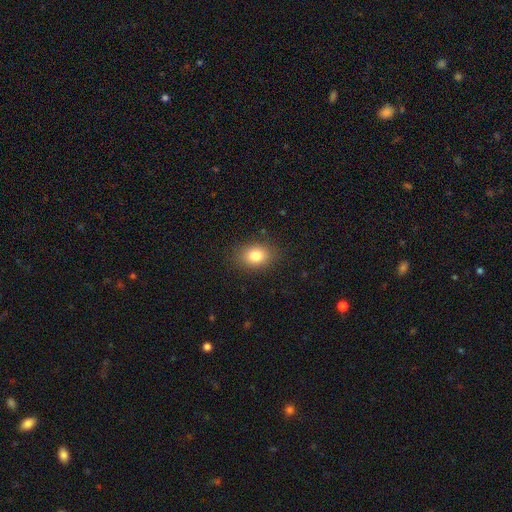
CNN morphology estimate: The model was most divided on "how rounded": in between: 69%, round: 30%, cigar-shaped: 1%. More confident: merging — none (86%); smooth or featured — smooth (81%).